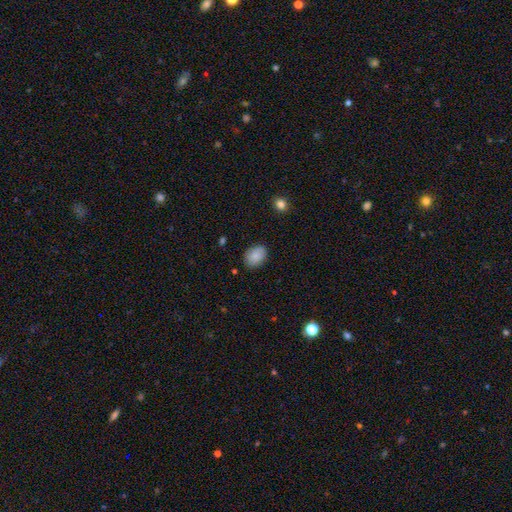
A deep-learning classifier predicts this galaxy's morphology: Q: Smooth or featured?
A: smooth (86%); runner-up: featured or disk (7%)
Q: How rounded?
A: in between (72%); runner-up: round (27%)
Q: Merging?
A: none (82%); runner-up: minor disturbance (14%)